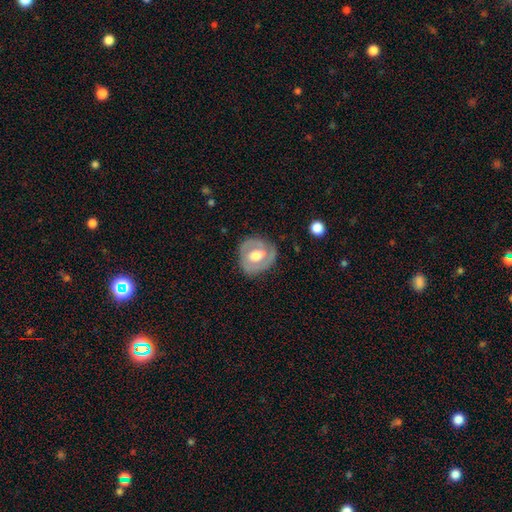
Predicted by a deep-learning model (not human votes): This appears to be a featured or disk galaxy (67%) with no bar (48%), spiral arms (64%) and a moderate central bulge (57%). Merging: none (75%).